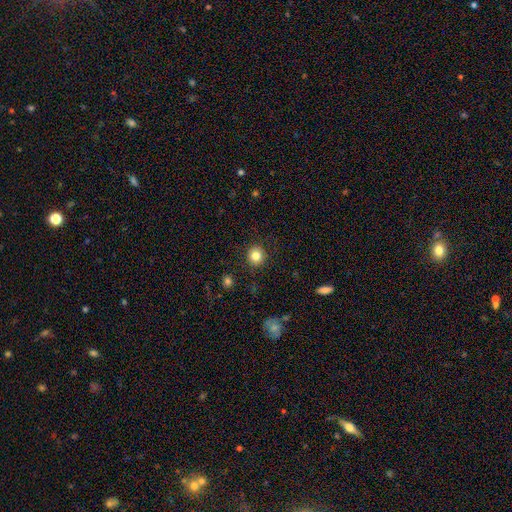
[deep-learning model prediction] Smooth or featured?
  - smooth: 83% *
  - star or artifact: 11%
  - featured or disk: 6%
How rounded?
  - round: 92% *
  - in between: 7%
  - cigar-shaped: 1%
Merging?
  - none: 91% *
  - minor disturbance: 6%
  - major disturbance: 2%
  - merger: 1%